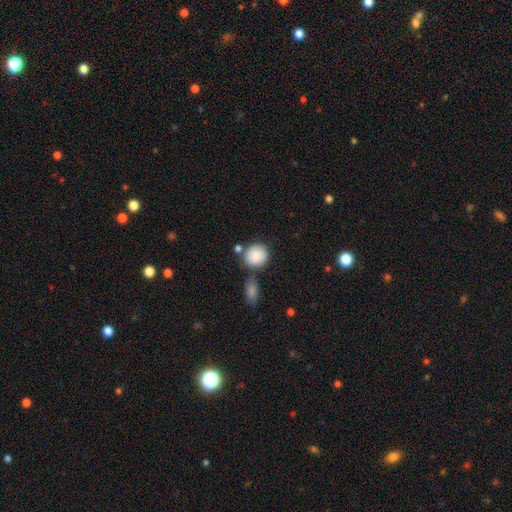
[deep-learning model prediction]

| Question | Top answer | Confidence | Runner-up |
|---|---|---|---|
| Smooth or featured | smooth | 87% | star or artifact (7%) |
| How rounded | round | 78% | in between (21%) |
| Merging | none | 63% | merger (17%) |